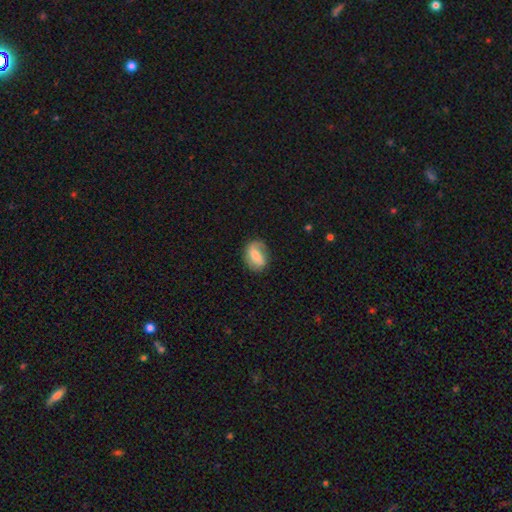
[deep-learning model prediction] Overall: smooth (53%; featured or disk 40%). How rounded: in between (75%). Merging: none (63%; minor disturbance 24%).